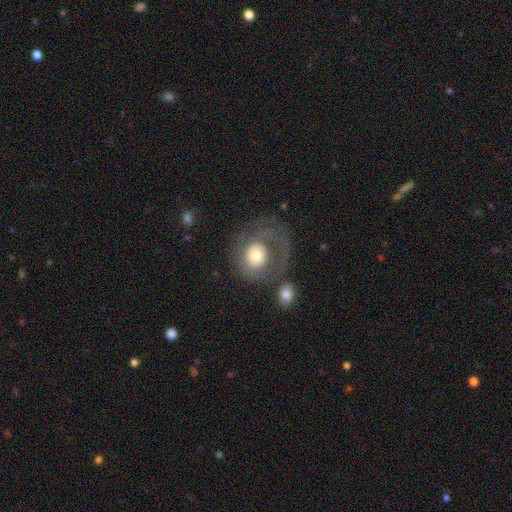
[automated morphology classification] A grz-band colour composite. It shows a smooth galaxy with no disk features (48%). Merging: none (41%).